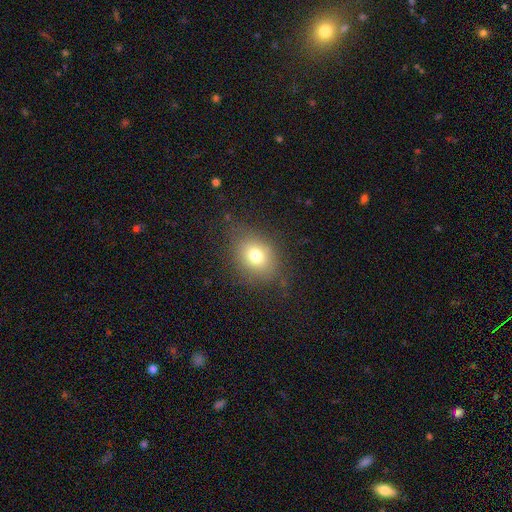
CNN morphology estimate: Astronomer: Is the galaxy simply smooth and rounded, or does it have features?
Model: smooth — 73%.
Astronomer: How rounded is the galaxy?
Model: in between — 52% (runner-up: round, 47%).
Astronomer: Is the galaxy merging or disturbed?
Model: none — 78%.